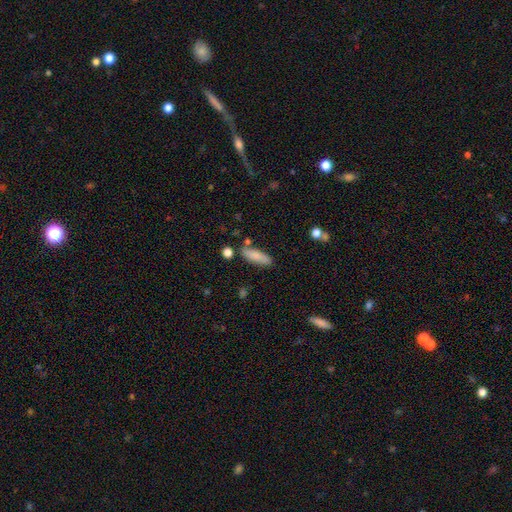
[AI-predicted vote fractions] The model was most divided on "how rounded": in between: 51%, cigar-shaped: 46%, round: 2%. More confident: smooth or featured — smooth (81%); merging — none (73%).